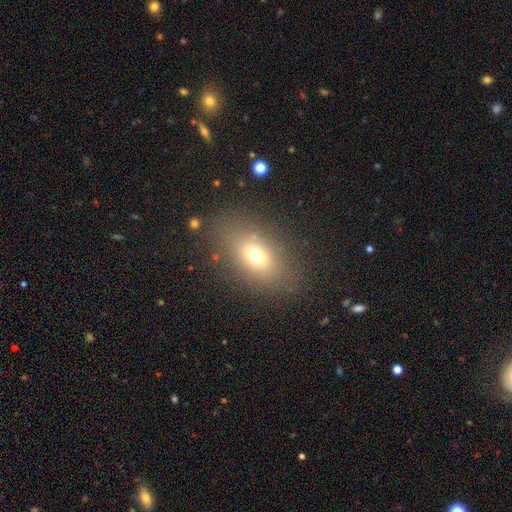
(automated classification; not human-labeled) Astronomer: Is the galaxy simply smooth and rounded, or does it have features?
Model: smooth — 68%.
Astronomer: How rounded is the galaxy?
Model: in between — 81%.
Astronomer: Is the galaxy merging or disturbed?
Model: none — 81%.